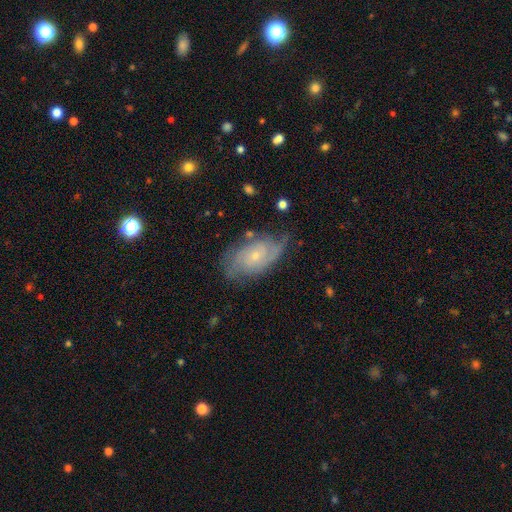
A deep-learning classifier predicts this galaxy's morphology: This appears to be a featured or disk galaxy (75%) with no bar (75%), 2 (47%) tight (51%) spiral arms (91%) and a small central bulge (76%). Merging: none (65%).